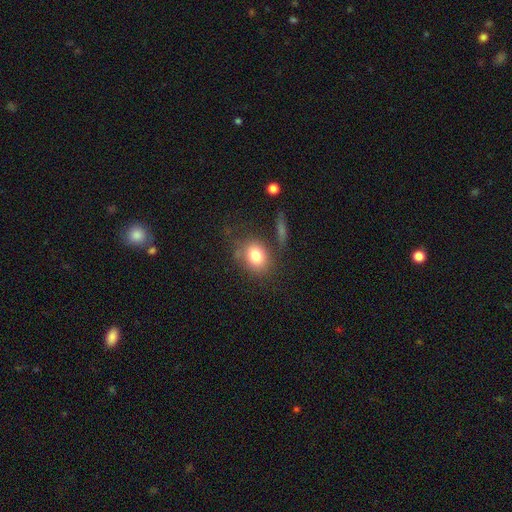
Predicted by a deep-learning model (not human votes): The model was most divided on "how rounded": round: 50%, in between: 49%, cigar-shaped: 1%. More confident: smooth or featured — smooth (79%); merging — none (68%).